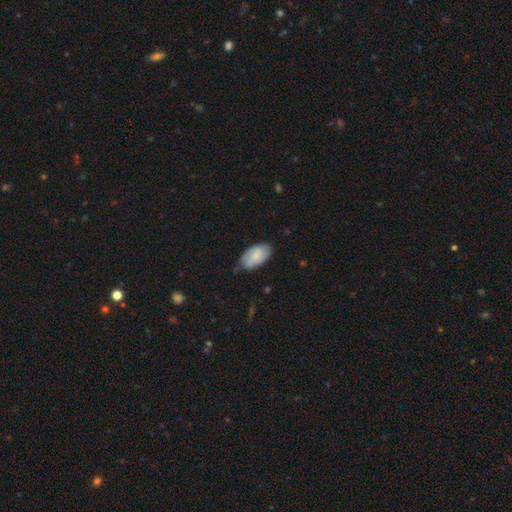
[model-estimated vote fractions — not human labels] smooth_or_featured: smooth (p=0.58) [alt: featured or disk p=0.35]
how_rounded: in between (p=0.94) [alt: round p=0.04]
merging: none (p=0.73) [alt: minor disturbance p=0.21]